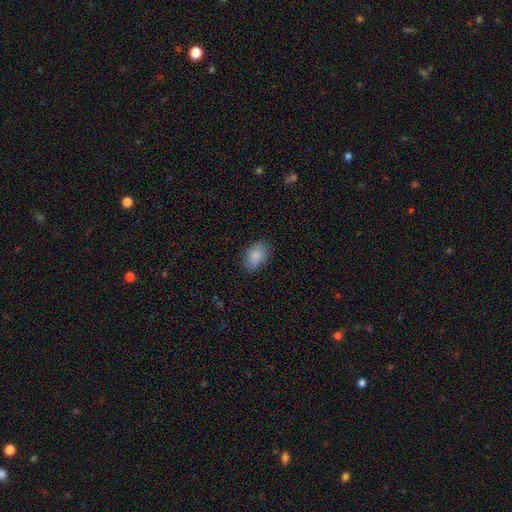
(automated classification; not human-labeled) smooth_or_featured: smooth (p=0.87) [alt: star or artifact p=0.07]
how_rounded: in between (p=0.87) [alt: round p=0.12]
merging: none (p=0.83) [alt: minor disturbance p=0.13]